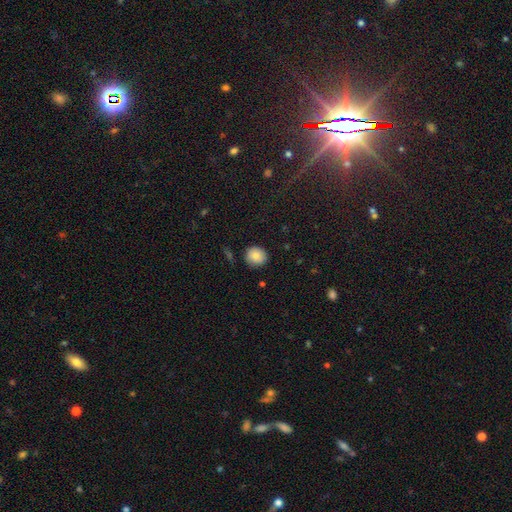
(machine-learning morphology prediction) A smooth galaxy with no disk features (85%) that is round (88%). Merging: none (85%).